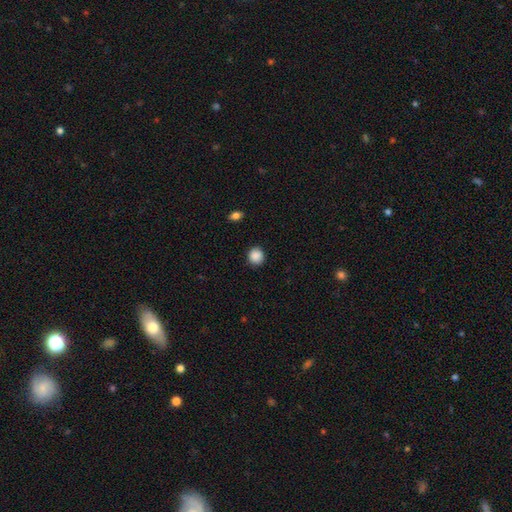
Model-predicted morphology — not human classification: The model was most divided on "how rounded": round: 88%, in between: 11%, cigar-shaped: 1%. More confident: merging — none (90%); smooth or featured — smooth (88%).